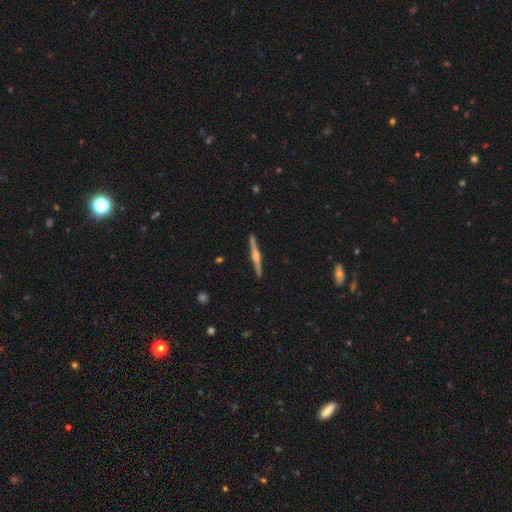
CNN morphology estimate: This is likely a featured or disk galaxy (80%). It is clearly viewed edge-on (99%). Edge-on bulge: clearly rounded (86%). Merging: clearly none (92%).